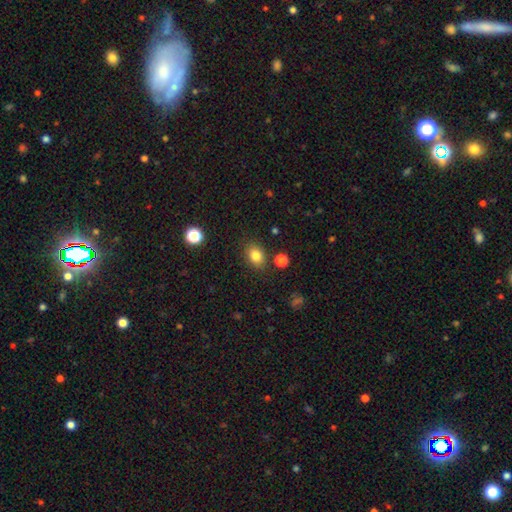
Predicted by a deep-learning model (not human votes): Smooth or featured? smooth (82%)
How rounded? in between (59%)
Merging? none (83%)